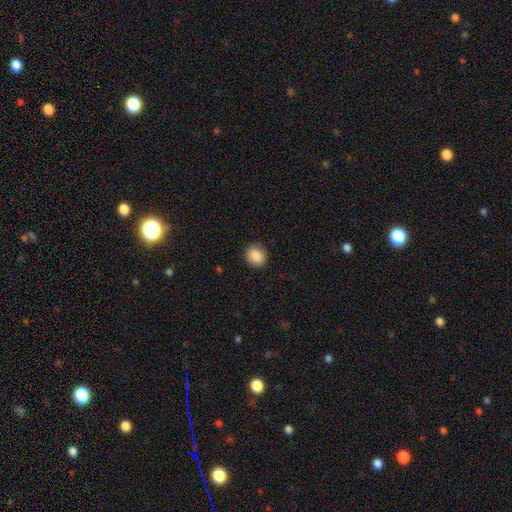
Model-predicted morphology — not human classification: This appears to be a smooth galaxy with no disk features (88%) that is round (81%). Merging: none (91%).